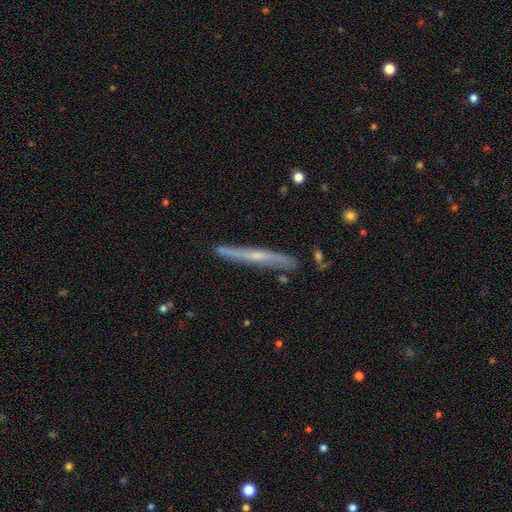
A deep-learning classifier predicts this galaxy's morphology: This appears to be a featured or disk galaxy (68%) viewed edge-on (93%) with a rounded central bulge (56%). Merging: none (83%).